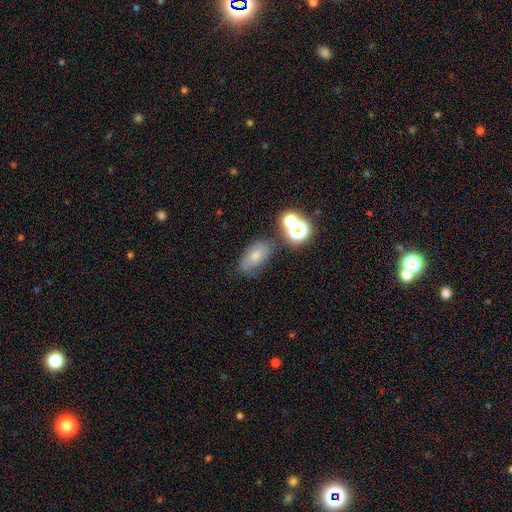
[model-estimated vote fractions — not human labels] Smooth or featured?
  - smooth: 61% *
  - featured or disk: 22%
  - star or artifact: 17%
How rounded?
  - in between: 84% *
  - round: 13%
  - cigar-shaped: 3%
Merging?
  - none: 62% *
  - minor disturbance: 20%
  - merger: 10%
  - major disturbance: 8%